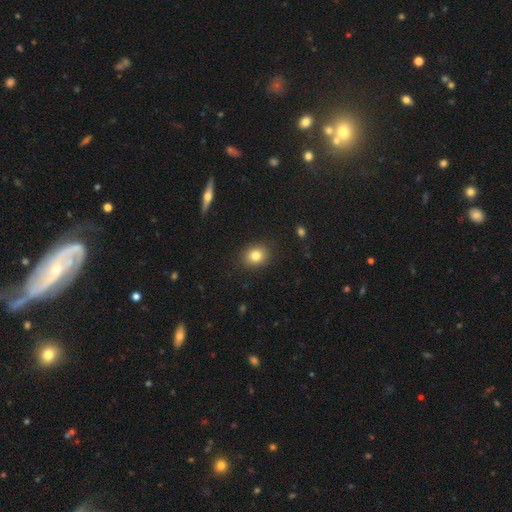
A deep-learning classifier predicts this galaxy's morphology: The model was most divided on "how rounded": round: 61%, in between: 38%, cigar-shaped: 1%. More confident: merging — none (88%); smooth or featured — smooth (81%).